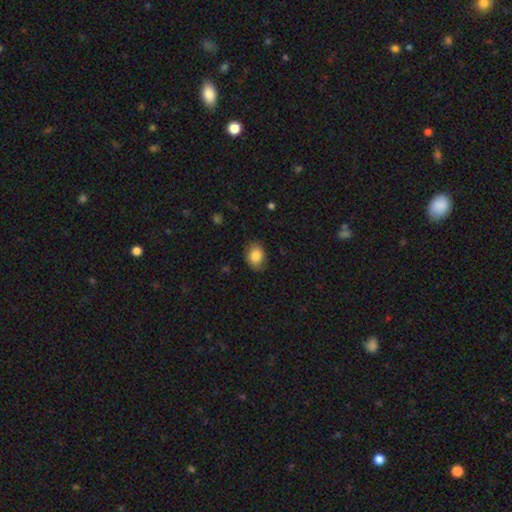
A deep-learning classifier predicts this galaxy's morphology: A smooth galaxy with no disk features (85%) that is in between round and cigar-shaped (66%). Merging: none (80%).